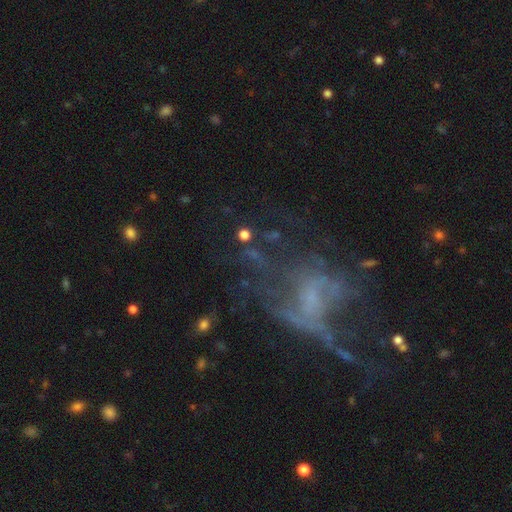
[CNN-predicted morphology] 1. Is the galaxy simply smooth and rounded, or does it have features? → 57% featured or disk, 26% star or artifact, 17% smooth.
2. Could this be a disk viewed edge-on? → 96% no, 4% yes.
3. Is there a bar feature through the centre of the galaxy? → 72% no, 21% weak, 7% strong.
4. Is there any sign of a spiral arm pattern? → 59% no, 41% yes.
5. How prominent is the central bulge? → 45% none, 34% small, 16% moderate, 3% large, 2% dominant.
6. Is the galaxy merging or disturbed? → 42% major disturbance, 34% none, 14% minor disturbance, 10% merger.